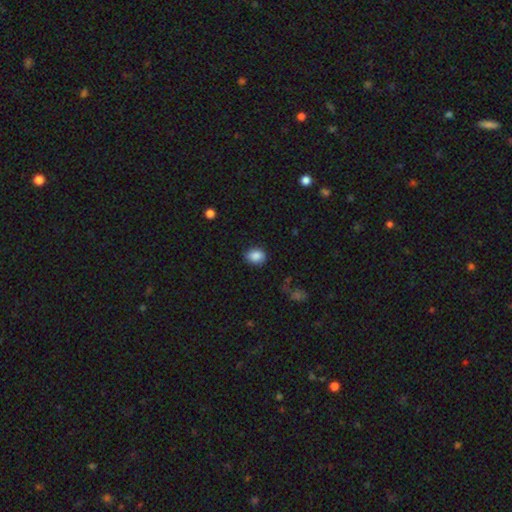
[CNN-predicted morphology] This appears to be a smooth galaxy with no disk features (87%) that is in between round and cigar-shaped (51%). Merging: none (82%).